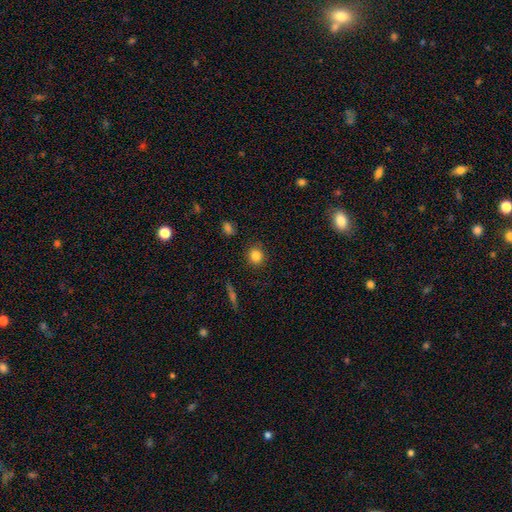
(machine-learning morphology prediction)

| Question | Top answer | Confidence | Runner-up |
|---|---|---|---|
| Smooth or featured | smooth | 84% | star or artifact (11%) |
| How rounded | round | 84% | in between (15%) |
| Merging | none | 89% | minor disturbance (7%) |